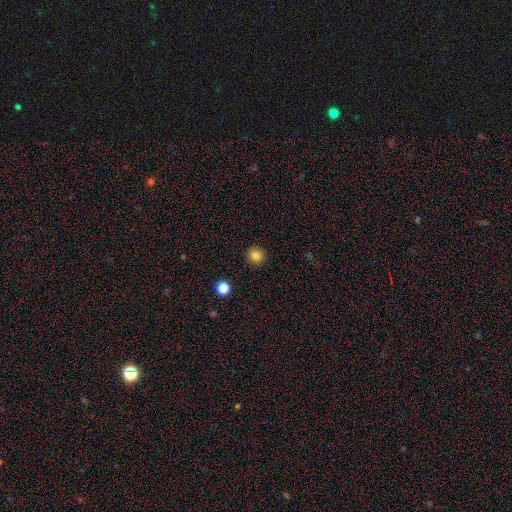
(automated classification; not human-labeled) smooth-or-featured: smooth: 82% | star or artifact: 12% | featured or disk: 6%
  how-rounded: round: 93% | in between: 6% | cigar-shaped: 1%
  merging: none: 92% | minor disturbance: 5% | major disturbance: 2% | merger: 1%